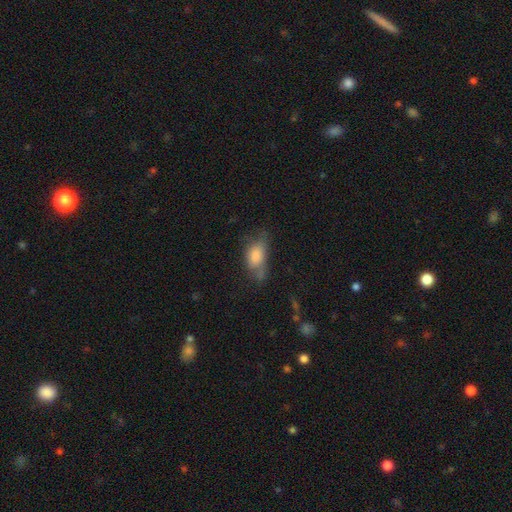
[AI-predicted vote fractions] smooth 75%, featured or disk 15%, star or artifact 10%. Down the decision tree: how rounded — in between (85%); merging — none (41%).